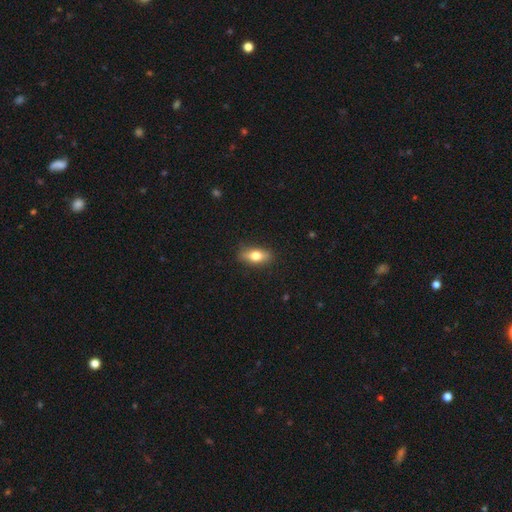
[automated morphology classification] Overall: smooth (72%). How rounded: in between (77%). Merging: none (85%).